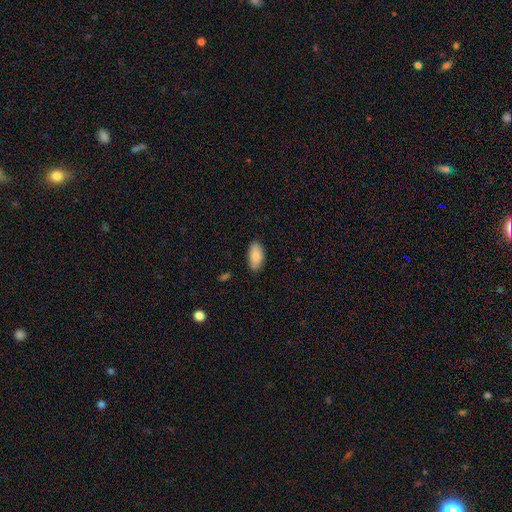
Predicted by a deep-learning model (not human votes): Smooth or featured?
  - smooth: 86% *
  - featured or disk: 7%
  - star or artifact: 6%
How rounded?
  - in between: 92% *
  - cigar-shaped: 6%
  - round: 2%
Merging?
  - none: 83% *
  - minor disturbance: 13%
  - major disturbance: 2%
  - merger: 1%